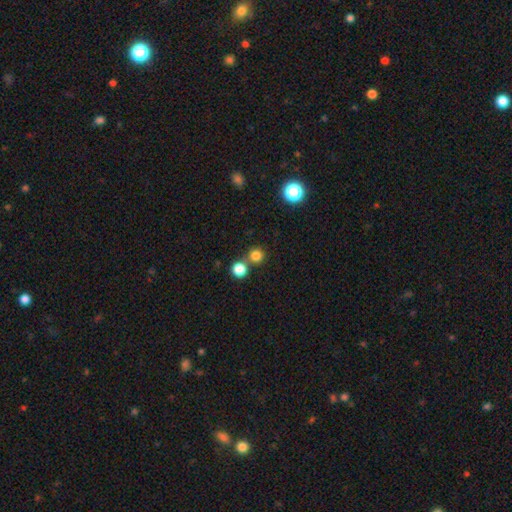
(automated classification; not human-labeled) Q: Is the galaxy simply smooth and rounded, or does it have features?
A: smooth — 80%.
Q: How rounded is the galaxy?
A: round — 93%.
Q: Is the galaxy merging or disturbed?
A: none — 66%.